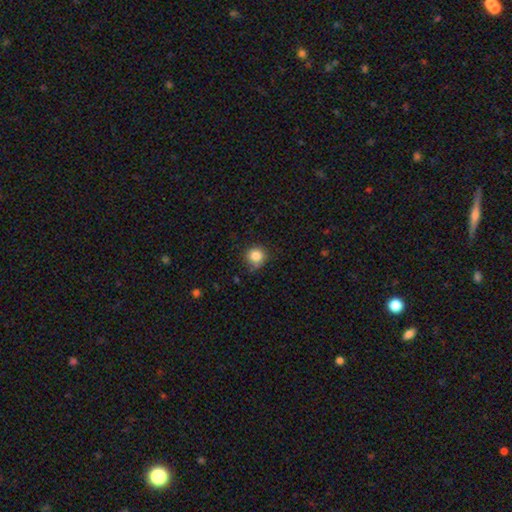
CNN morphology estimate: Q: Smooth or featured?
A: smooth (84%); runner-up: star or artifact (11%)
Q: How rounded?
A: round (91%); runner-up: in between (8%)
Q: Merging?
A: none (74%); runner-up: minor disturbance (19%)